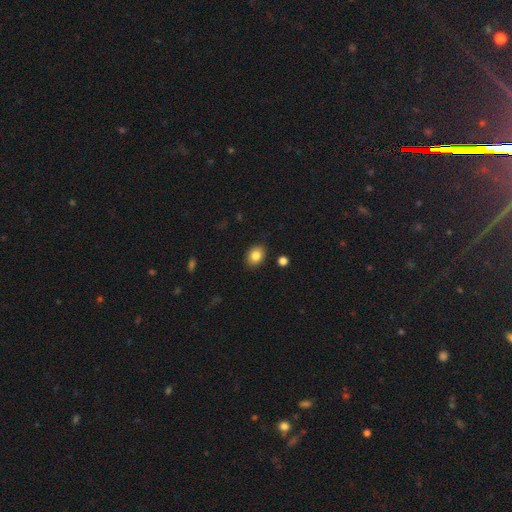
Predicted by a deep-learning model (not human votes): Morphology: type=smooth (84%); roundness=in between (62%); merging=none (88%).